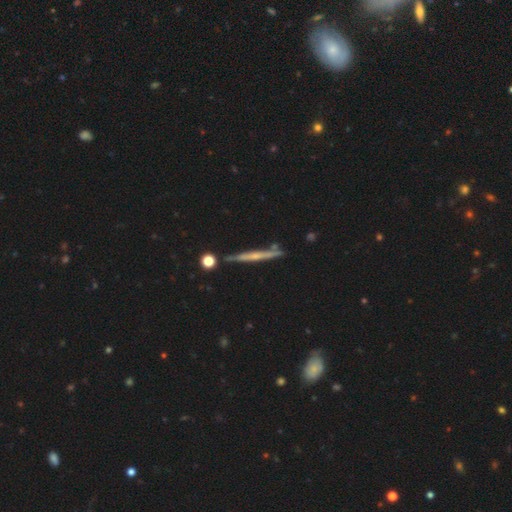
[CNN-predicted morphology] This appears to be a featured or disk galaxy (62%) viewed edge-on (96%) with no central bulge (56%). Merging: none (82%).